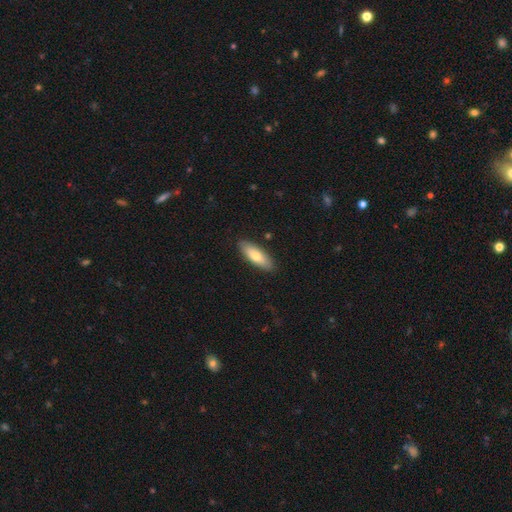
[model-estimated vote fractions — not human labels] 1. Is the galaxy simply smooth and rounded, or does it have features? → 70% smooth, 24% featured or disk, 6% star or artifact.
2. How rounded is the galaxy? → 60% in between, 38% cigar-shaped, 2% round.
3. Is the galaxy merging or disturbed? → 88% none, 9% minor disturbance, 2% major disturbance, 1% merger.